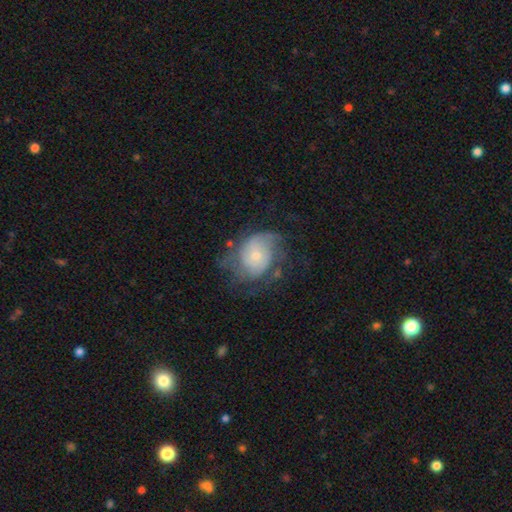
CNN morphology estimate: The model was most divided on "spiral winding": tight: 39%, medium: 38%, loose: 22%. Remaining: edge-on disk — no (97%); spiral arms — yes (83%); bar — no (77%); smooth or featured — featured or disk (67%); bulge size — small (65%); merging — none (47%); spiral arm count — can't tell (39%).